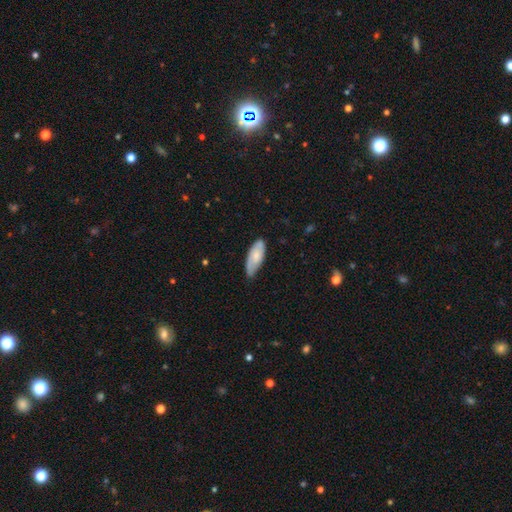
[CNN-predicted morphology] smooth-or-featured: smooth: 57% | featured or disk: 38% | star or artifact: 6%
  how-rounded: in between: 81% | cigar-shaped: 17% | round: 2%
  merging: none: 63% | minor disturbance: 30% | major disturbance: 5% | merger: 2%